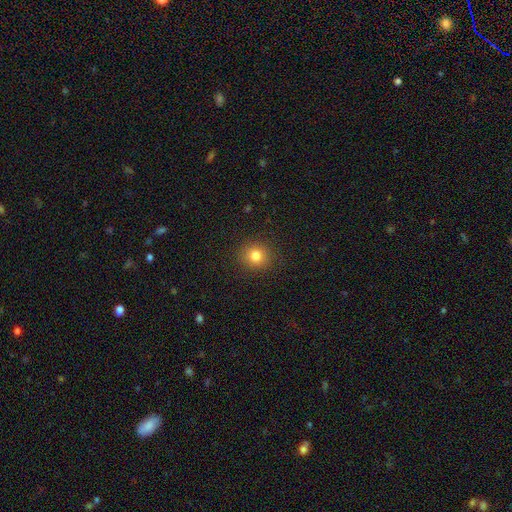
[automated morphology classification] Overall: smooth (81%). How rounded: round (89%). Merging: none (90%).